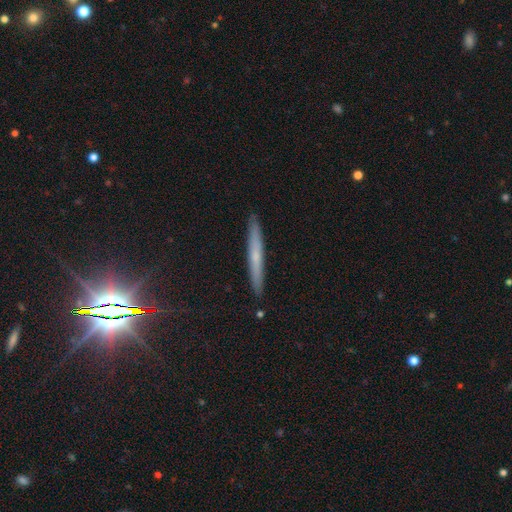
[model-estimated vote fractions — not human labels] Overall: smooth (48%; featured or disk 44%). Merging: none (91%).